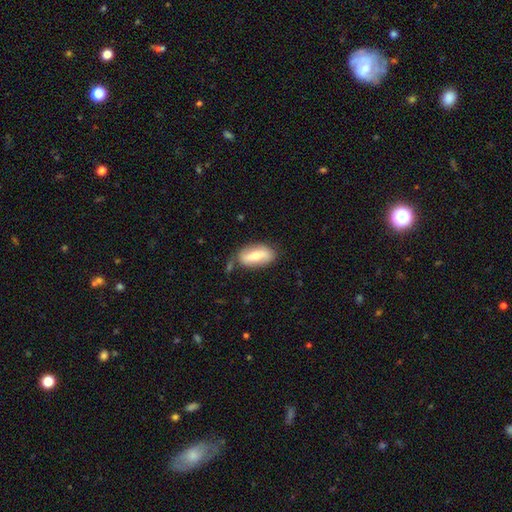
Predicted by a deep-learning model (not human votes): Smooth or featured?
  - smooth: 57% *
  - featured or disk: 37%
  - star or artifact: 6%
How rounded?
  - in between: 83% *
  - cigar-shaped: 13%
  - round: 3%
Merging?
  - none: 70% *
  - minor disturbance: 20%
  - major disturbance: 5%
  - merger: 4%